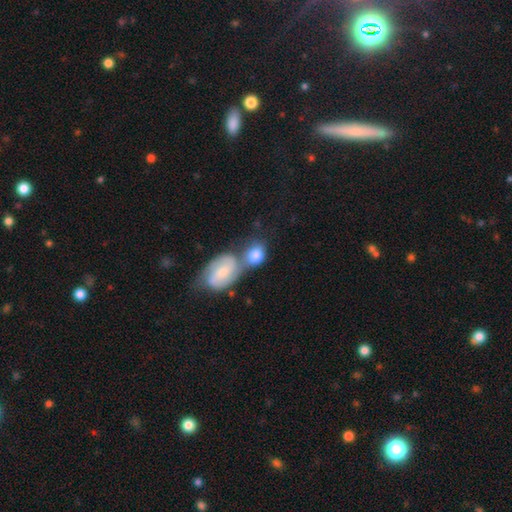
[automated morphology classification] smooth-or-featured: smooth: 64% | featured or disk: 30% | star or artifact: 7%
  how-rounded: in between: 60% | round: 38% | cigar-shaped: 3%
  merging: merger: 59% | none: 26% | minor disturbance: 10% | major disturbance: 6%